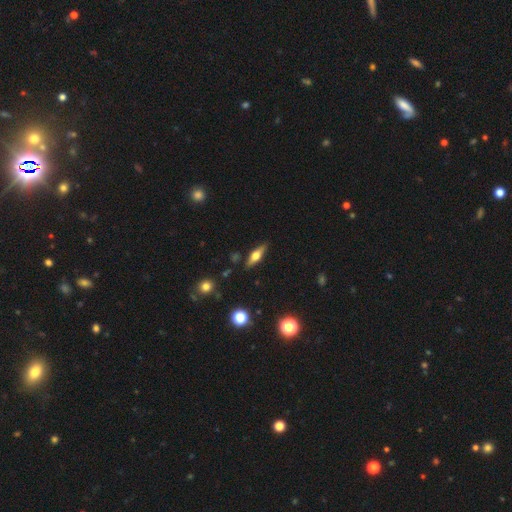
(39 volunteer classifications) Smooth or featured? featured or disk (64%)
Edge-on disk? yes (96%)
Edge-on bulge? rounded (100%)
Merging? none (77%)